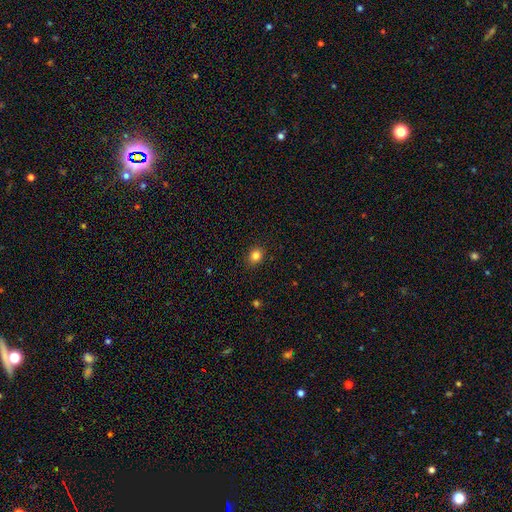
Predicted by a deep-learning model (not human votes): Smooth or featured? Predicted: smooth (p=0.83). How rounded? Predicted: round (p=0.64). Merging? Predicted: none (p=0.88).